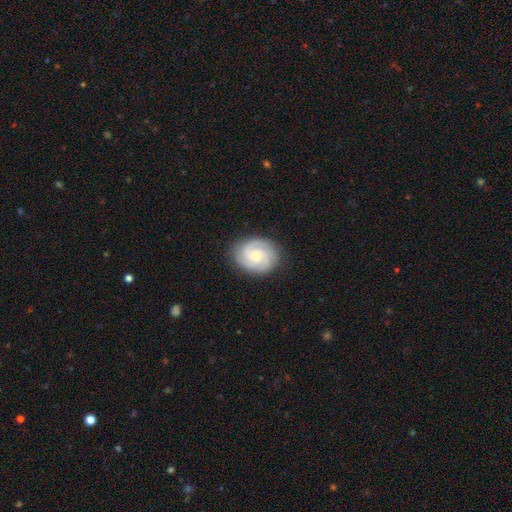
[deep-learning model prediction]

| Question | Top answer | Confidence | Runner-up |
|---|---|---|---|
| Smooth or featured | featured or disk | 82% | smooth (13%) |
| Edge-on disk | no | 98% | yes (2%) |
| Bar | no | 70% | weak (26%) |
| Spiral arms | yes | 98% | no (2%) |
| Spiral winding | tight | 64% | medium (31%) |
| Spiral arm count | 3 | 52% | 2 (19%) |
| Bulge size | small | 60% | moderate (33%) |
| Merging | none | 83% | minor disturbance (13%) |